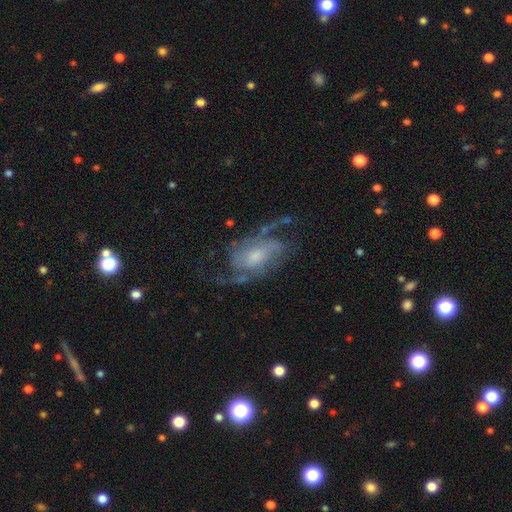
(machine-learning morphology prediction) Smooth or featured: featured or disk — 86% (smooth — 8%)
Edge-on disk: no — 96% (yes — 4%)
Bar: no — 48% (weak — 41%)
Spiral arms: yes — 94% (no — 6%)
Spiral winding: medium — 49% (loose — 33%)
Spiral arm count: 2 — 72% (can't tell — 10%)
Bulge size: moderate — 43% (small — 38%)
Merging: none — 60% (major disturbance — 20%)